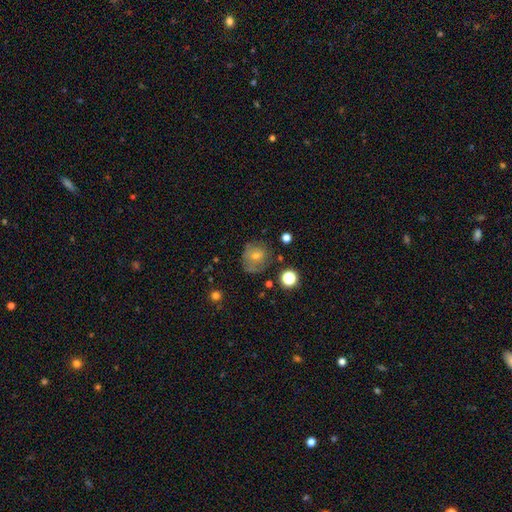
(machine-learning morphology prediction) Smooth or featured? Predicted: smooth (p=0.48). Merging? Predicted: none (p=0.67).